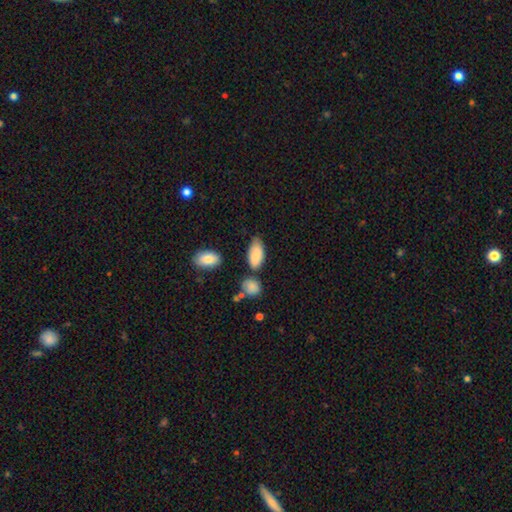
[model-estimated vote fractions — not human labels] A smooth galaxy with no disk features (87%) that is in between round and cigar-shaped (92%). Merging: none (58%).